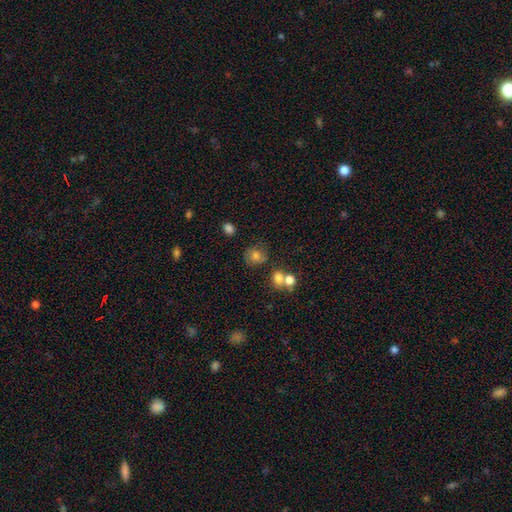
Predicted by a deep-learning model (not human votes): The model was most divided on "merging": none: 60%, minor disturbance: 18%, merger: 13%, major disturbance: 8%. More confident: how rounded — round (74%); smooth or featured — smooth (74%).